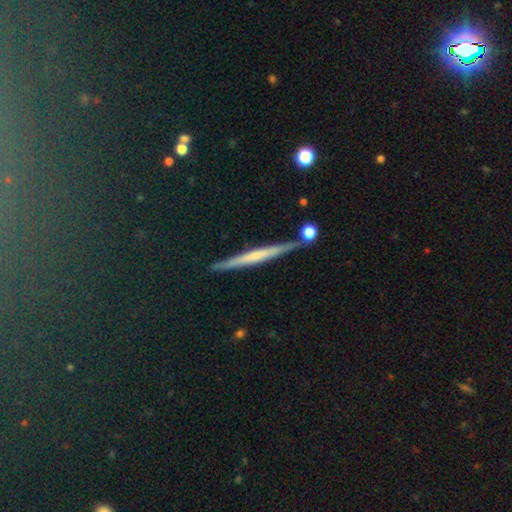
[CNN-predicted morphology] A featured or disk galaxy (55%) viewed edge-on (96%) with no central bulge (67%).

Vote fractions:
- Smooth or featured? featured or disk: 55% / smooth: 37% / star or artifact: 8%
- Edge-on disk? yes: 96% / no: 4%
- Edge-on bulge? none: 67% / rounded: 19% / boxy: 13%
- Merging? none: 81% / minor disturbance: 11% / merger: 5% / major disturbance: 3%